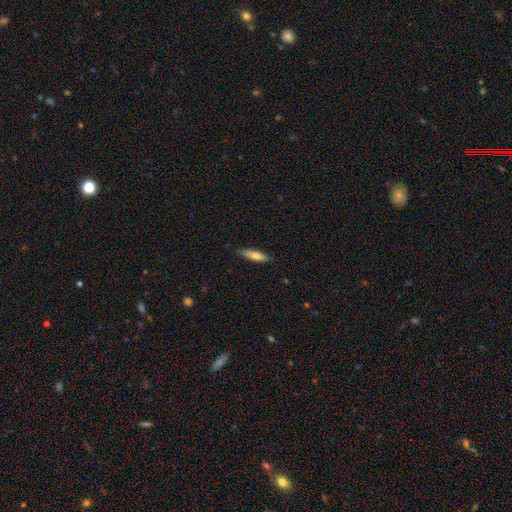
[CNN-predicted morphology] A smooth galaxy with no disk features (66%) that is cigar-shaped (72%). Merging: none (87%).